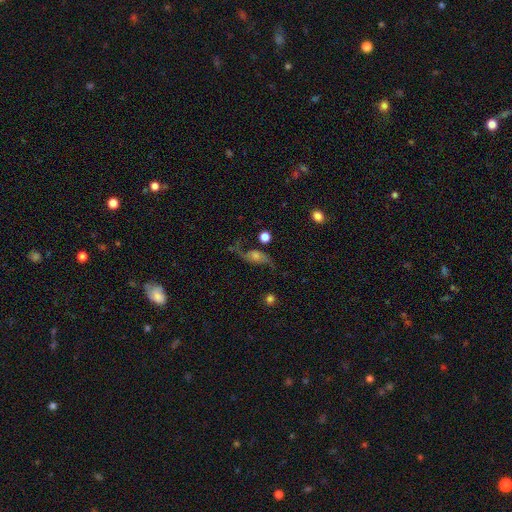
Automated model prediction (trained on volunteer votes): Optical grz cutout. It shows a featured or disk galaxy (78%) with no bar (65%), 2 (92%) loose (84%) spiral arms (93%) and a moderate central bulge (46%). Merging: none (64%).